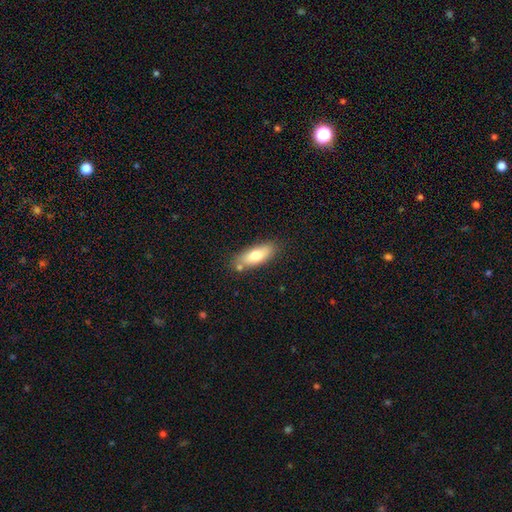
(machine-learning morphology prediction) Smooth or featured: smooth — 73% (featured or disk — 20%)
How rounded: in between — 71% (cigar-shaped — 26%)
Merging: none — 74% (minor disturbance — 15%)